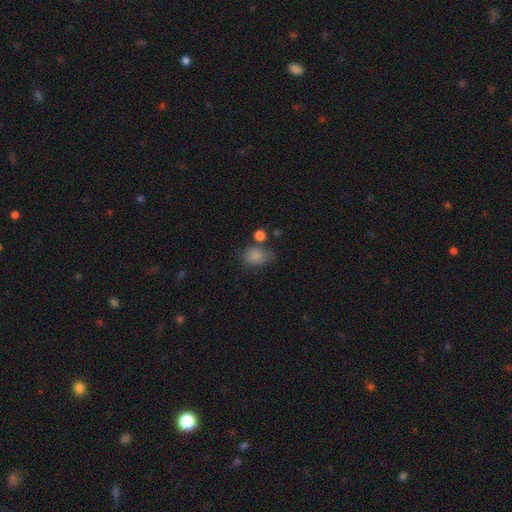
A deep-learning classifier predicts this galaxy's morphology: smooth 83%, star or artifact 10%, featured or disk 6%. Down the decision tree: how rounded — in between (68%); merging — none (55%).